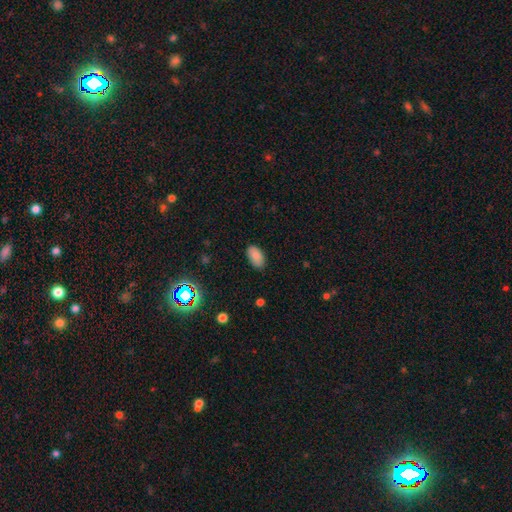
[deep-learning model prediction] Q: Smooth or featured?
A: smooth (86%); runner-up: star or artifact (9%)
Q: How rounded?
A: in between (94%); runner-up: round (4%)
Q: Merging?
A: none (85%); runner-up: minor disturbance (12%)